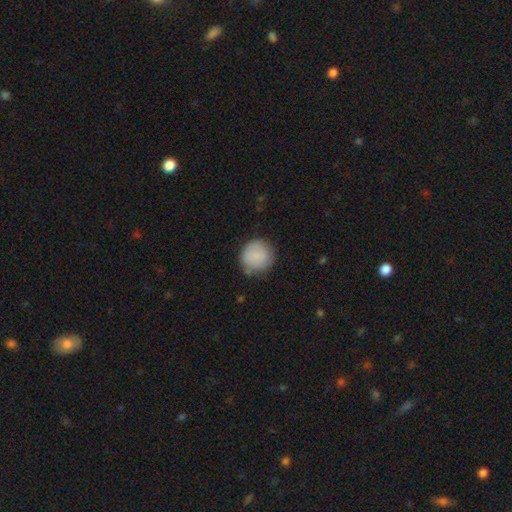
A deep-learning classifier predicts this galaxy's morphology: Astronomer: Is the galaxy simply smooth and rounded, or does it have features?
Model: smooth — 83%.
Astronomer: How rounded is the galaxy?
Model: round — 92%.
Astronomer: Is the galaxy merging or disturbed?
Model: none — 79%.